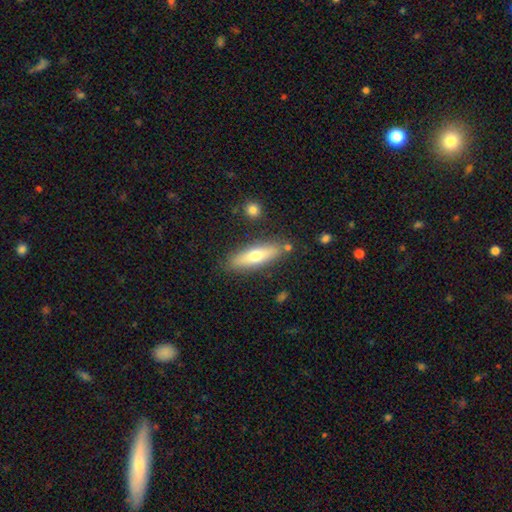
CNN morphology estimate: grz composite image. It shows a smooth galaxy with no disk features (63%) that is cigar-shaped (61%). Merging: none (84%).